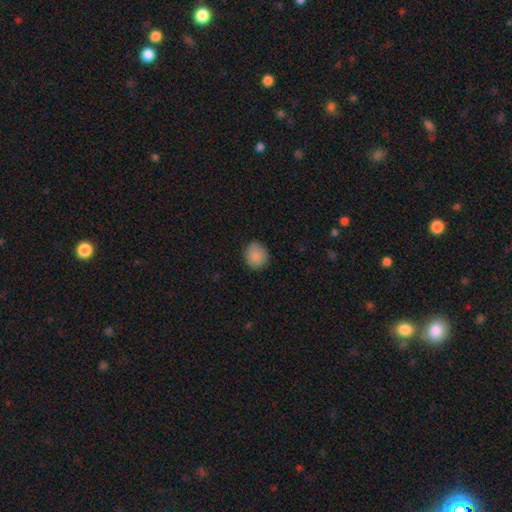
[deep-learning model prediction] Smooth or featured? smooth (87%)
How rounded? round (81%)
Merging? none (84%)